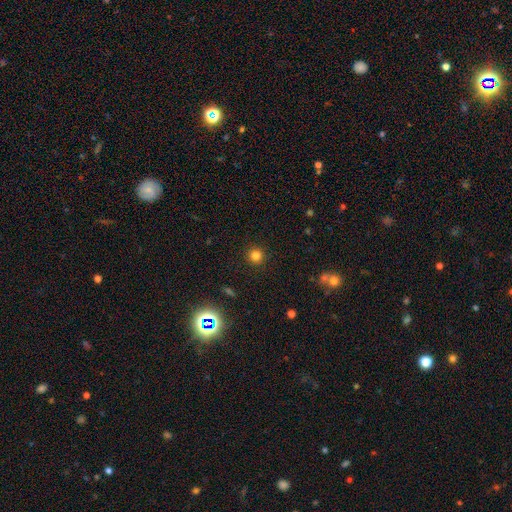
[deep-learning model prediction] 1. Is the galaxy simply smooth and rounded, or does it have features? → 79% smooth, 16% star or artifact, 5% featured or disk.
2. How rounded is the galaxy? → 94% round, 5% in between, 1% cigar-shaped.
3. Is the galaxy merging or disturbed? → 92% none, 5% minor disturbance, 2% major disturbance, 1% merger.